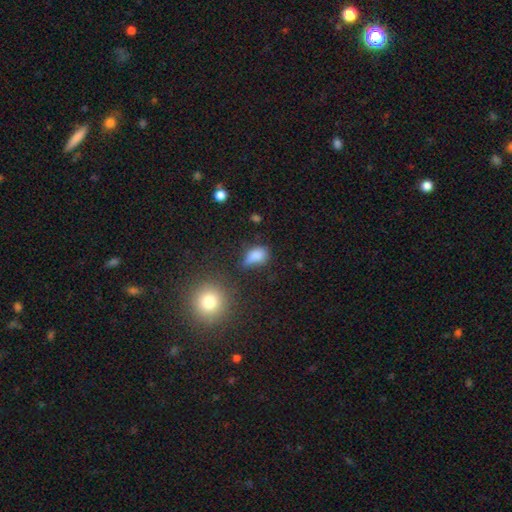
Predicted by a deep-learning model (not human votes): Morphology: type=smooth (79%); roundness=in between (77%); merging=none (39%).